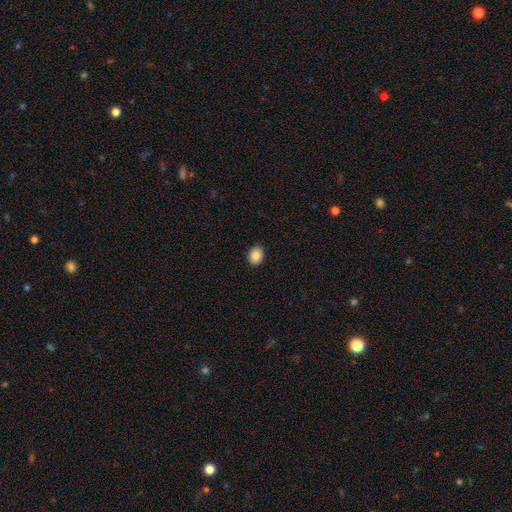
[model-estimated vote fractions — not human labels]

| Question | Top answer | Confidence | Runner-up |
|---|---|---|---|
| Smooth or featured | smooth | 88% | star or artifact (8%) |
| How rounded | in between | 61% | round (38%) |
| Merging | none | 90% | minor disturbance (7%) |